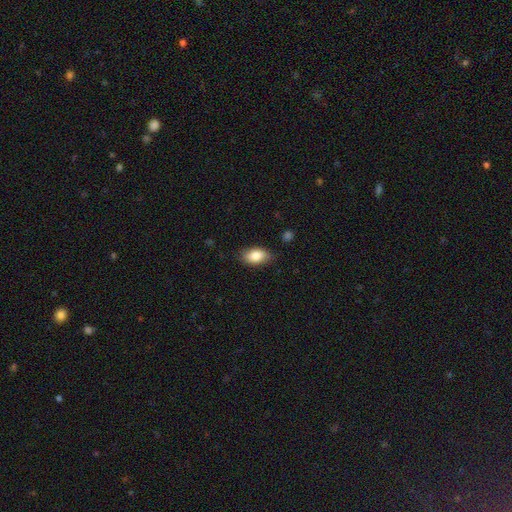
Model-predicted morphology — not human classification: This is clearly a smooth galaxy (84%). How rounded: clearly in between (91%). Merging: clearly none (82%).